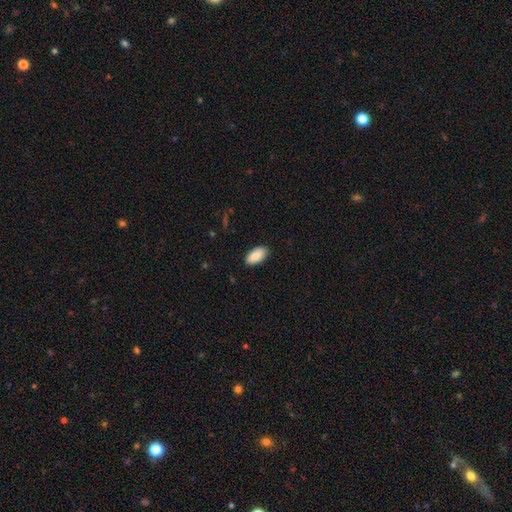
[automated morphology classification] Overall: smooth (89%). How rounded: in between (94%). Merging: none (88%).